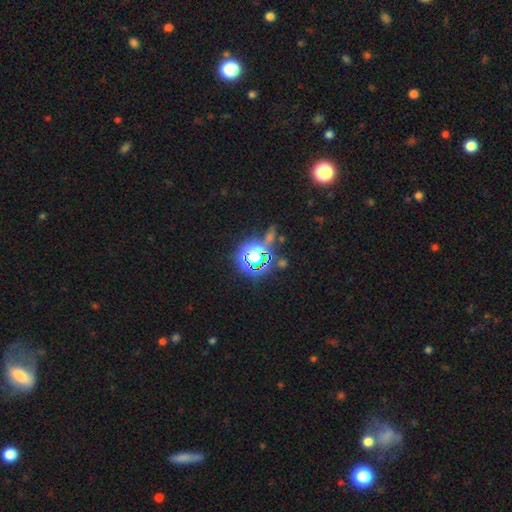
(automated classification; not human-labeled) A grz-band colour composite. It shows a star or artifact, not a galaxy (77%).